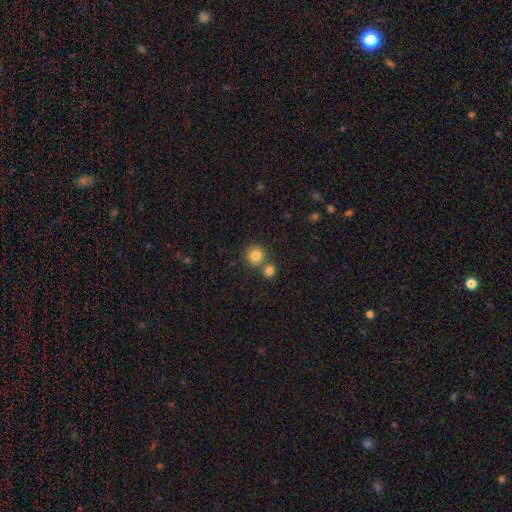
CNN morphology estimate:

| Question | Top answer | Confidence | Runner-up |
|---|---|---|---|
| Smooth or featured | smooth | 83% | star or artifact (11%) |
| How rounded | round | 89% | in between (10%) |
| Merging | none | 63% | merger (27%) |